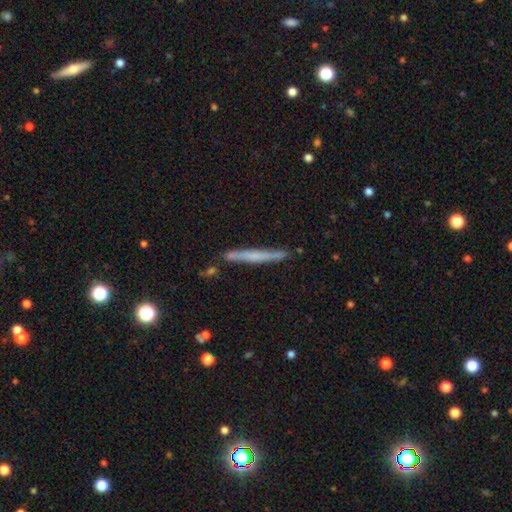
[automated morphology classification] Smooth or featured? smooth (47%)
Merging? none (85%)